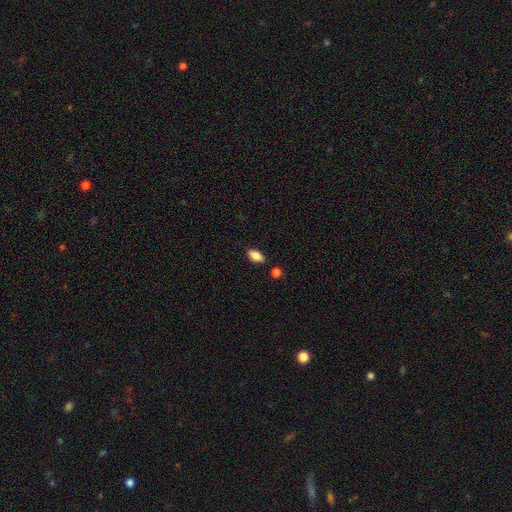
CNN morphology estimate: A smooth galaxy with no disk features (86%) that is in between round and cigar-shaped (91%).

Vote fractions:
- Smooth or featured? smooth: 86% / star or artifact: 8% / featured or disk: 7%
- How rounded? in between: 91% / cigar-shaped: 5% / round: 4%
- Merging? none: 84% / minor disturbance: 10% / merger: 4% / major disturbance: 2%